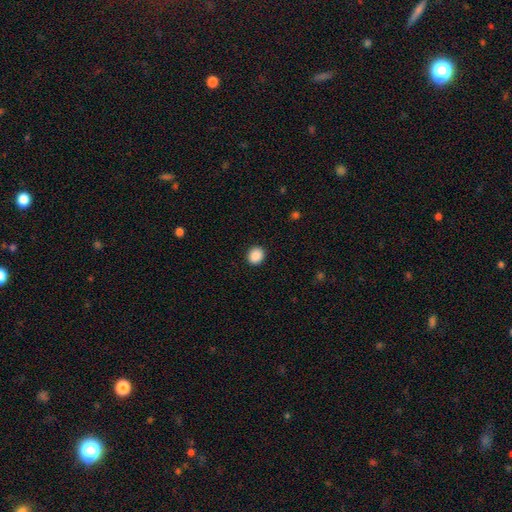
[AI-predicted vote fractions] The model was most divided on "how rounded": round: 76%, in between: 24%, cigar-shaped: 1%. More confident: merging — none (91%); smooth or featured — smooth (89%).